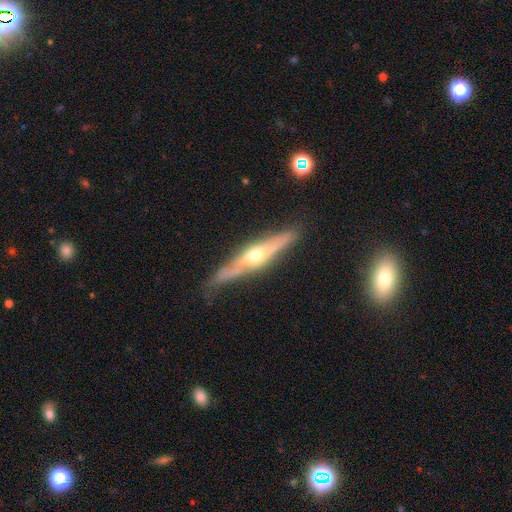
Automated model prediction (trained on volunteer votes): smooth_or_featured: featured or disk (p=0.77) [alt: smooth p=0.18]
disk_edge_on: yes (p=0.94) [alt: no p=0.06]
edge_on_bulge: rounded (p=0.89) [alt: boxy p=0.05]
merging: none (p=0.76) [alt: minor disturbance p=0.18]